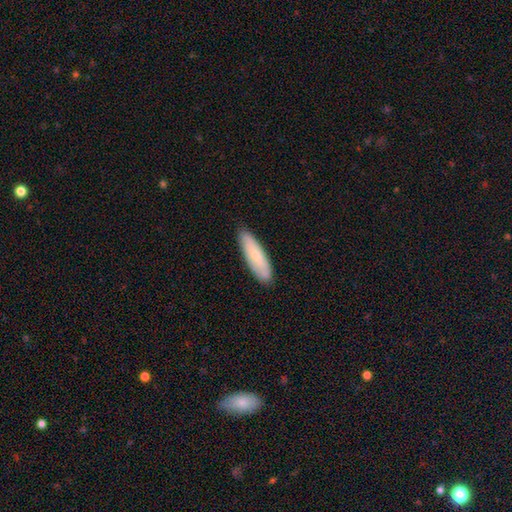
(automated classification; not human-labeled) Smooth or featured? Predicted: smooth (p=0.72). How rounded? Predicted: cigar-shaped (p=0.61). Merging? Predicted: none (p=0.86).